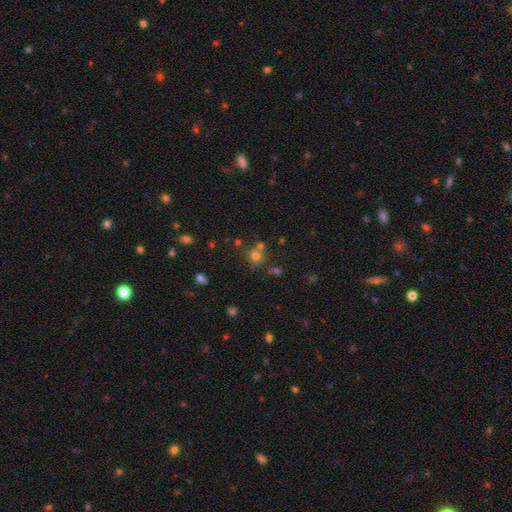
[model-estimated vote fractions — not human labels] smooth-or-featured: smooth: 69% | star or artifact: 21% | featured or disk: 11%
  how-rounded: round: 84% | in between: 15% | cigar-shaped: 1%
  merging: none: 57% | merger: 26% | minor disturbance: 12% | major disturbance: 5%